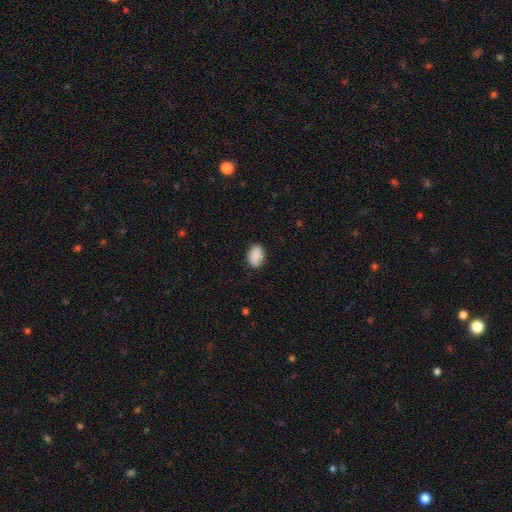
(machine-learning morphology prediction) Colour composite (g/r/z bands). It shows a smooth galaxy with no disk features (90%) that is in between round and cigar-shaped (85%). Merging: none (86%).